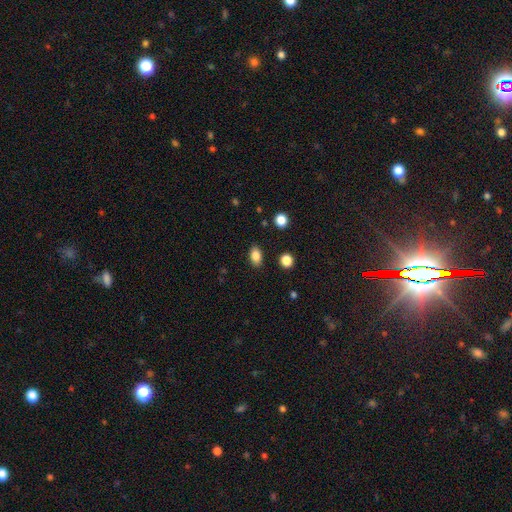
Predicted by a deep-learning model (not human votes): Smooth or featured? smooth (85%)
How rounded? in between (85%)
Merging? none (87%)